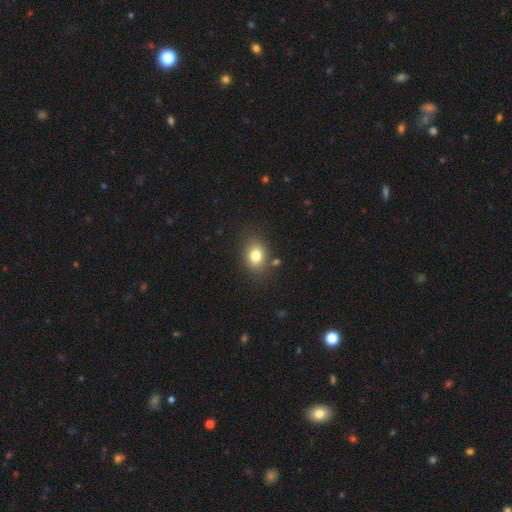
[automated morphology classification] This appears to be a smooth galaxy with no disk features (80%) that is in between round and cigar-shaped (64%). Merging: none (81%).